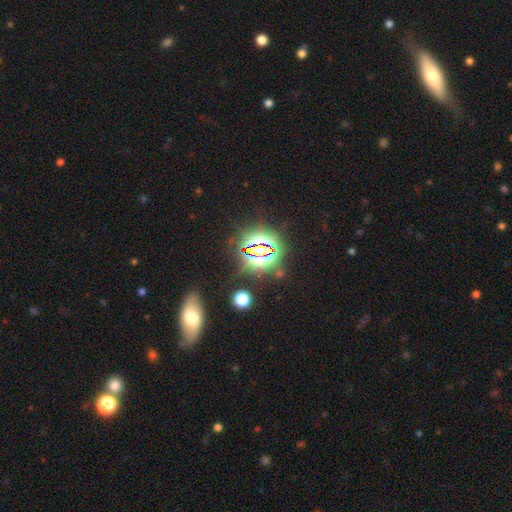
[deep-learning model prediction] This appears to be a star or artifact, not a galaxy (77%).